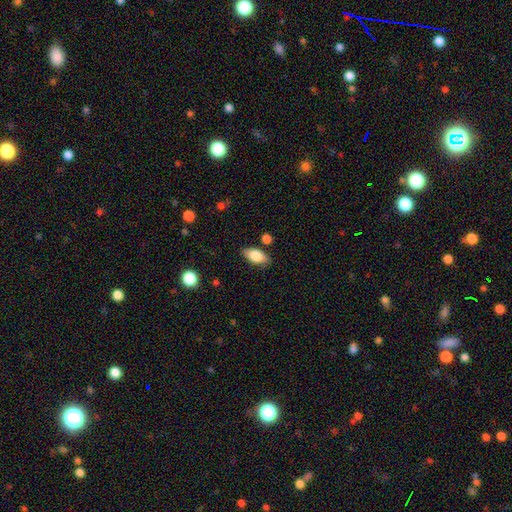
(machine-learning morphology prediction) smooth 81%, featured or disk 12%, star or artifact 7%. Down the decision tree: how rounded — in between (89%); merging — none (81%).